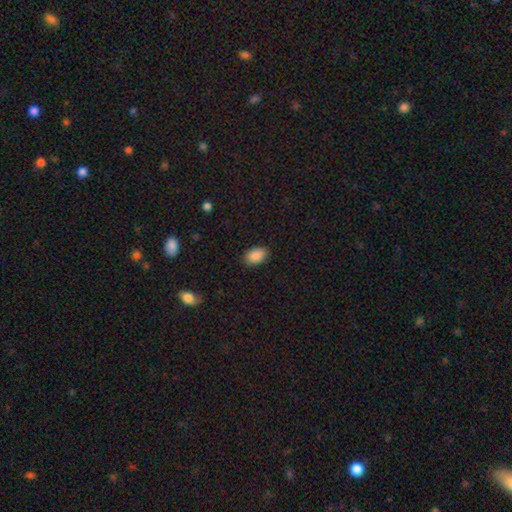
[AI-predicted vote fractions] The model was most divided on "merging": none: 86%, minor disturbance: 10%, major disturbance: 2%, merger: 1%. More confident: how rounded — in between (89%); smooth or featured — smooth (89%).